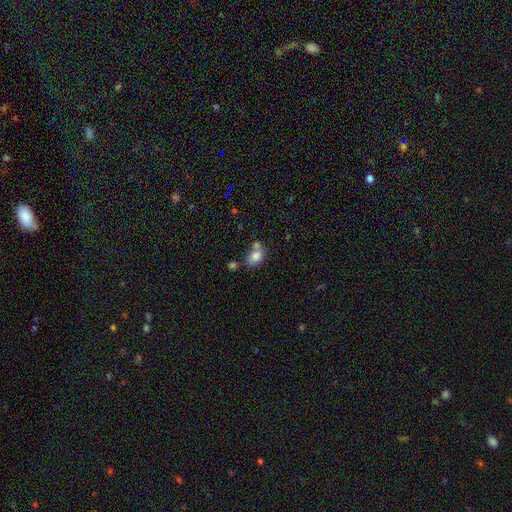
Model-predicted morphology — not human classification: smooth_or_featured: smooth (p=0.80) [alt: featured or disk p=0.10]
how_rounded: in between (p=0.77) [alt: round p=0.21]
merging: none (p=0.40) [alt: merger p=0.36]